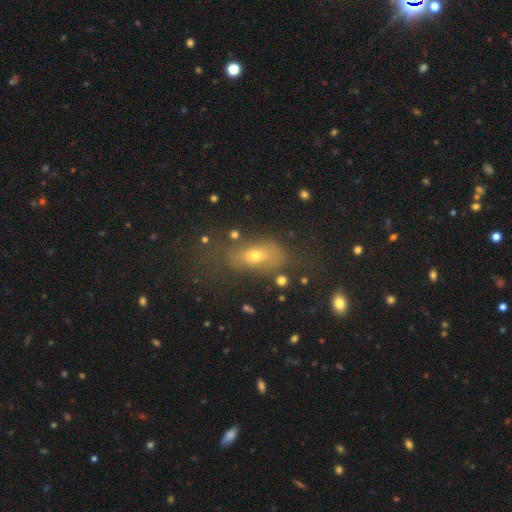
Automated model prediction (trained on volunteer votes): The model was most divided on "smooth or featured": smooth: 57%, featured or disk: 22%, star or artifact: 21%. More confident: how rounded — in between (74%); merging — none (64%).